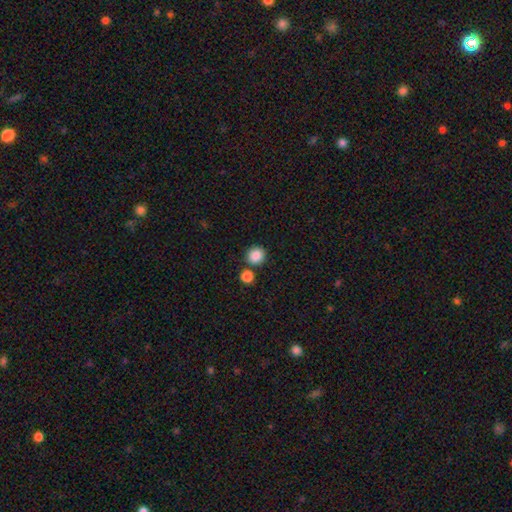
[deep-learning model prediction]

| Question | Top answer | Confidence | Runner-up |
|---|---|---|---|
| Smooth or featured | smooth | 87% | star or artifact (9%) |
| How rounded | round | 87% | in between (12%) |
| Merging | none | 76% | merger (13%) |